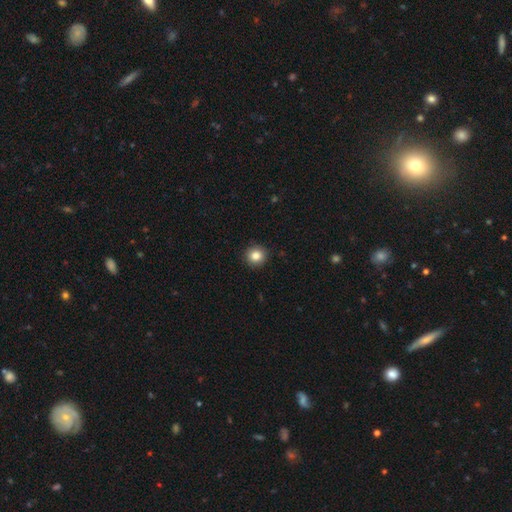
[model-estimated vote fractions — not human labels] A smooth galaxy with no disk features (85%) that is round (92%).

Vote fractions:
- Smooth or featured? smooth: 85% / star or artifact: 10% / featured or disk: 6%
- How rounded? round: 92% / in between: 7% / cigar-shaped: 1%
- Merging? none: 92% / minor disturbance: 5% / major disturbance: 2% / merger: 1%